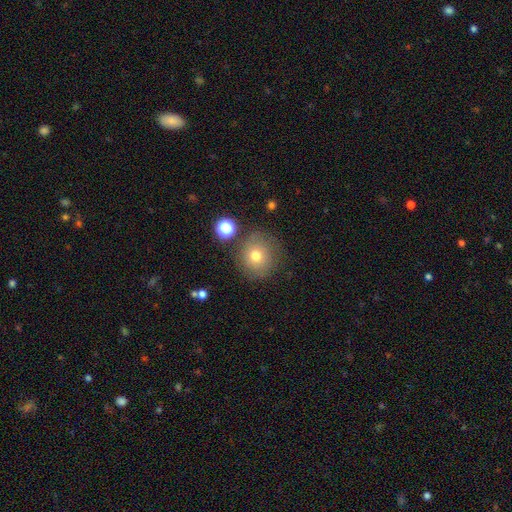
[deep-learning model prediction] Q: Smooth or featured?
A: smooth (73%); runner-up: star or artifact (14%)
Q: How rounded?
A: round (89%); runner-up: in between (10%)
Q: Merging?
A: none (78%); runner-up: minor disturbance (13%)